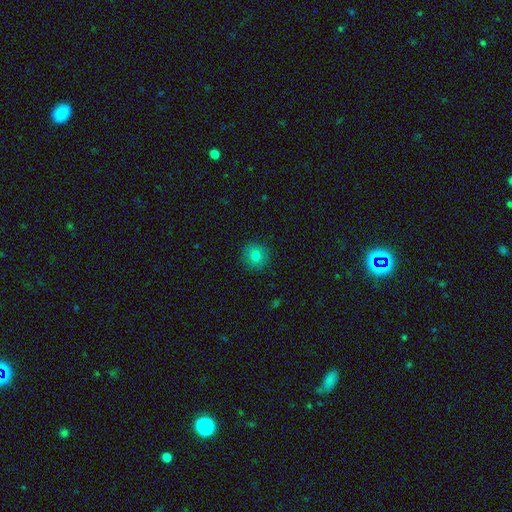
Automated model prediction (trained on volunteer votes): A smooth galaxy with no disk features (80%) that is round (91%).

Vote fractions:
- Smooth or featured? smooth: 80% / star or artifact: 12% / featured or disk: 9%
- How rounded? round: 91% / in between: 8% / cigar-shaped: 1%
- Merging? none: 90% / minor disturbance: 7% / major disturbance: 2% / merger: 1%